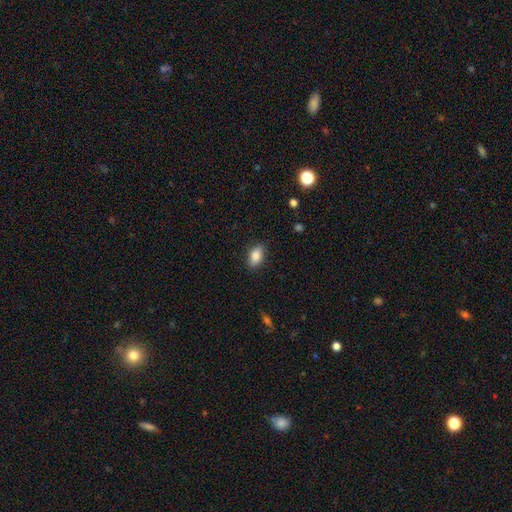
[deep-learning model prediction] This appears to be a smooth galaxy with no disk features (85%) that is in between round and cigar-shaped (88%). Merging: none (86%).